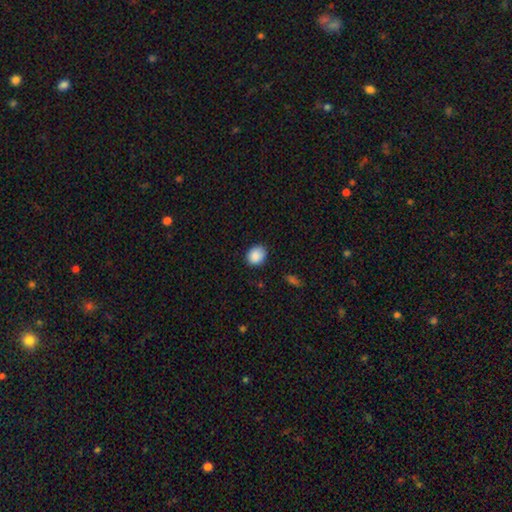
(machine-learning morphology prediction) The model was most divided on "how rounded": round: 59%, in between: 40%, cigar-shaped: 1%. More confident: smooth or featured — smooth (89%); merging — none (84%).